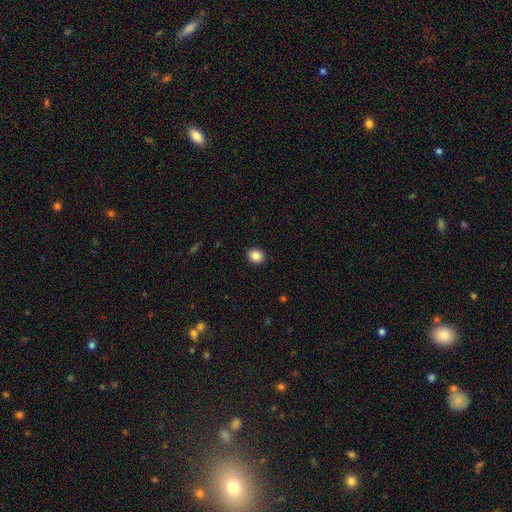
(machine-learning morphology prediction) smooth-or-featured: smooth: 87% | star or artifact: 10% | featured or disk: 4%
  how-rounded: round: 69% | in between: 30% | cigar-shaped: 1%
  merging: none: 91% | minor disturbance: 6% | major disturbance: 2% | merger: 1%